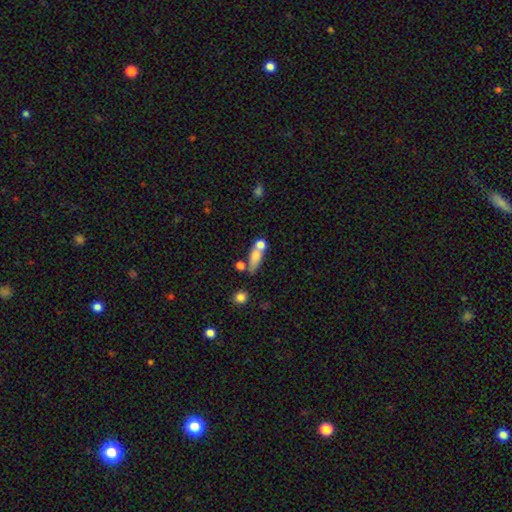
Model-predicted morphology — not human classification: Smooth or featured?
  - smooth: 67% *
  - featured or disk: 22%
  - star or artifact: 11%
How rounded?
  - in between: 58% *
  - cigar-shaped: 31%
  - round: 11%
Merging?
  - merger: 40% *
  - none: 37%
  - minor disturbance: 15%
  - major disturbance: 9%